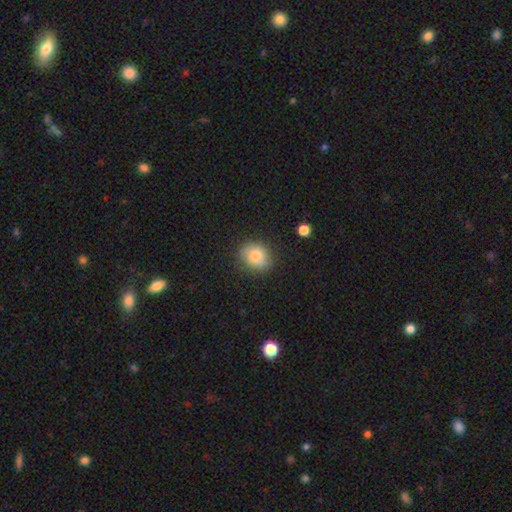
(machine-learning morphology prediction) smooth_or_featured: smooth (p=0.82) [alt: featured or disk p=0.09]
how_rounded: round (p=0.54) [alt: in between p=0.45]
merging: none (p=0.79) [alt: minor disturbance p=0.15]